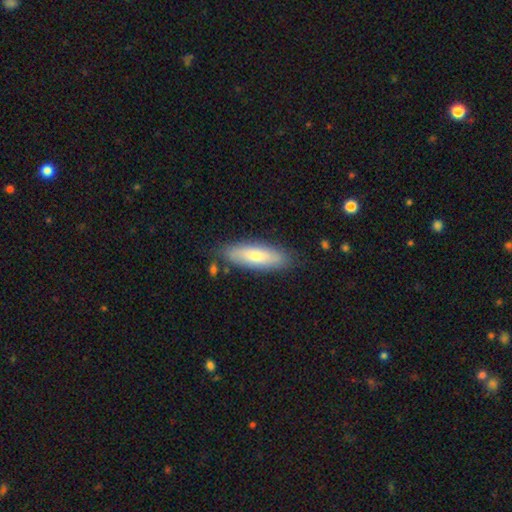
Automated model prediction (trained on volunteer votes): This appears to be a smooth galaxy with no disk features (69%) that is in between round and cigar-shaped (53%). Merging: none (81%).